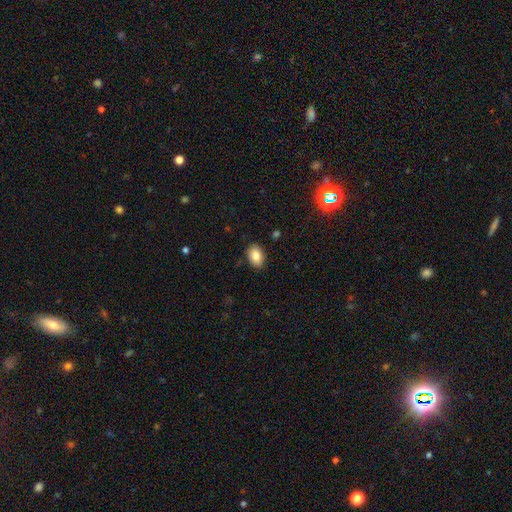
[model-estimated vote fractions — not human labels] Q: Smooth or featured?
A: smooth (83%); runner-up: featured or disk (8%)
Q: How rounded?
A: in between (84%); runner-up: round (15%)
Q: Merging?
A: none (86%); runner-up: minor disturbance (11%)